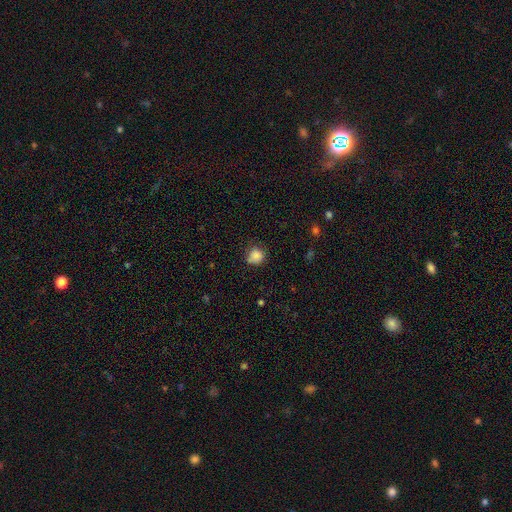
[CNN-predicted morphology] type=smooth (84%); roundness=round (84%); merging=none (66%).